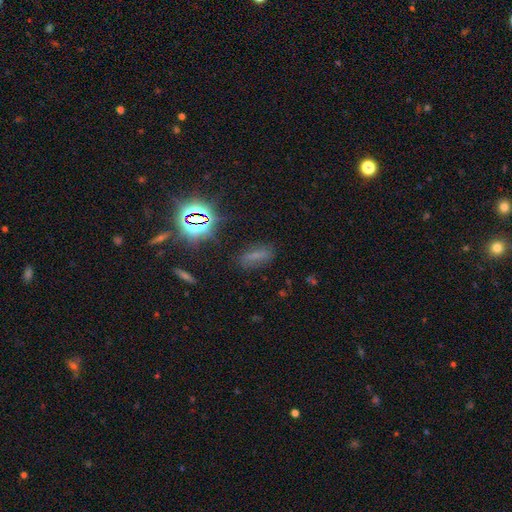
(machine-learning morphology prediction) Q: Smooth or featured?
A: smooth (51%); runner-up: star or artifact (34%)
Q: How rounded?
A: in between (60%); runner-up: cigar-shaped (34%)
Q: Merging?
A: none (72%); runner-up: minor disturbance (18%)